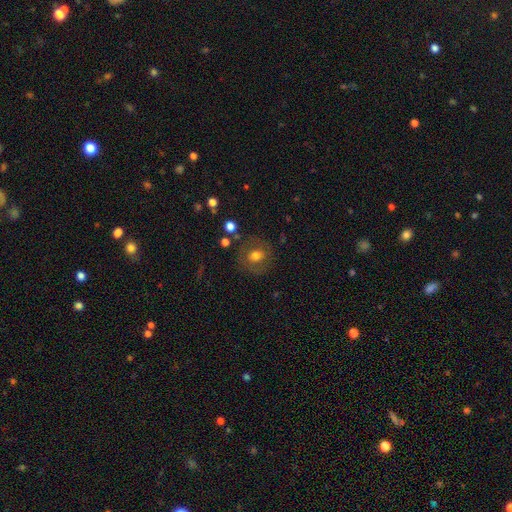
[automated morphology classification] Overall: smooth (62%; featured or disk 27%). How rounded: round (82%). Merging: none (79%).